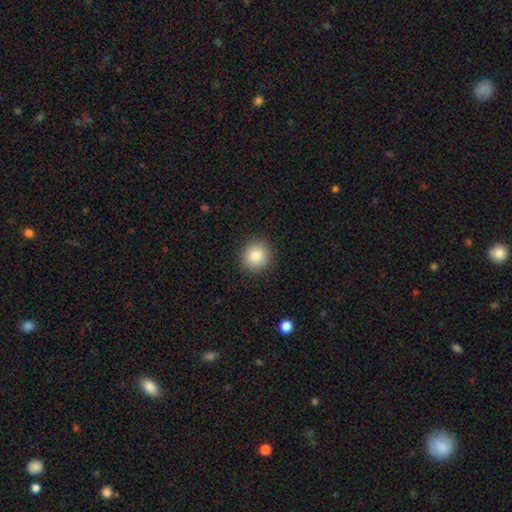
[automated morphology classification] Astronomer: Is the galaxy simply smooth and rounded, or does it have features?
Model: smooth — 84%.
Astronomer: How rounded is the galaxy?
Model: round — 87%.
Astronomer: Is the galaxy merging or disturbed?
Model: none — 91%.